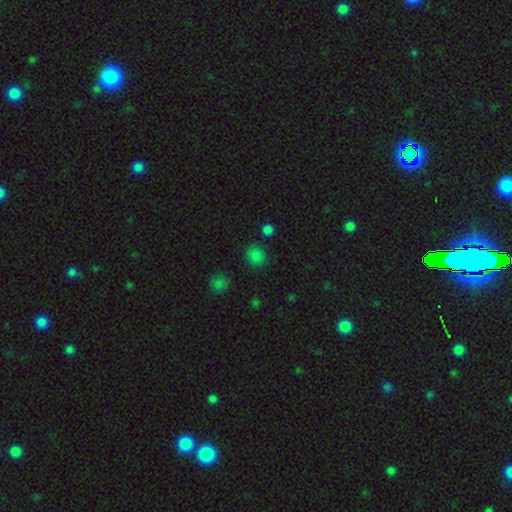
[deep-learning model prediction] Morphology: type=smooth (81%); roundness=round (82%); merging=none (85%).